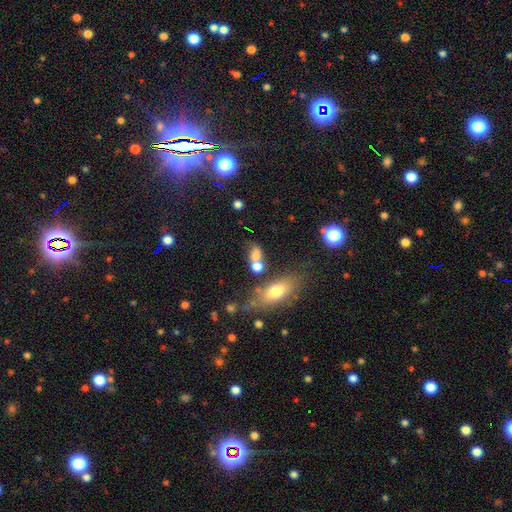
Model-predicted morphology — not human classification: smooth_or_featured: smooth (p=0.70) [alt: featured or disk p=0.16]
how_rounded: in between (p=0.66) [alt: round p=0.27]
merging: merger (p=0.42) [alt: none p=0.34]